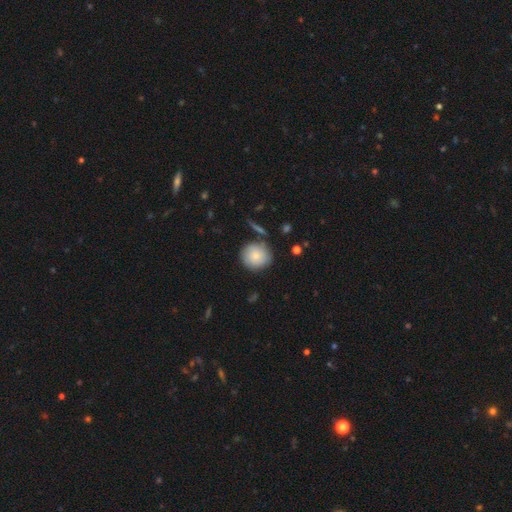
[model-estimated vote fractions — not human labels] This is likely a smooth galaxy (79%). How rounded: clearly round (90%). Merging: likely none (77%).